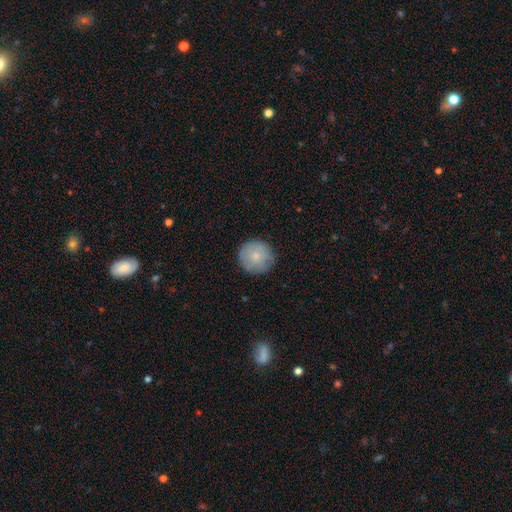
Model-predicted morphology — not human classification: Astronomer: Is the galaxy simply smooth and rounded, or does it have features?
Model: smooth — 77%.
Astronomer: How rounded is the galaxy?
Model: round — 95%.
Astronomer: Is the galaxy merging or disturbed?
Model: none — 86%.